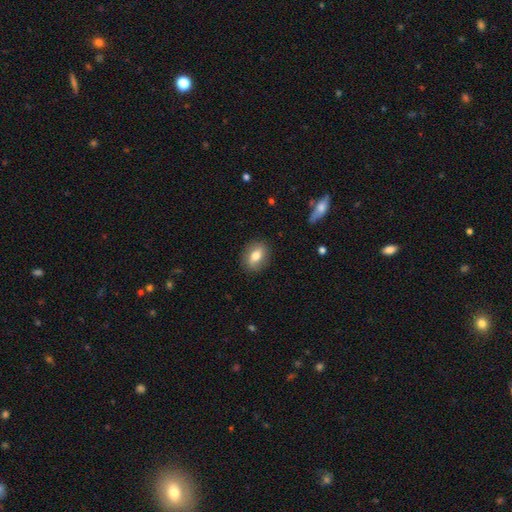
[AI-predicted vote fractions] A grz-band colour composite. It shows a smooth galaxy with no disk features (72%) that is in between round and cigar-shaped (66%). Merging: none (87%).